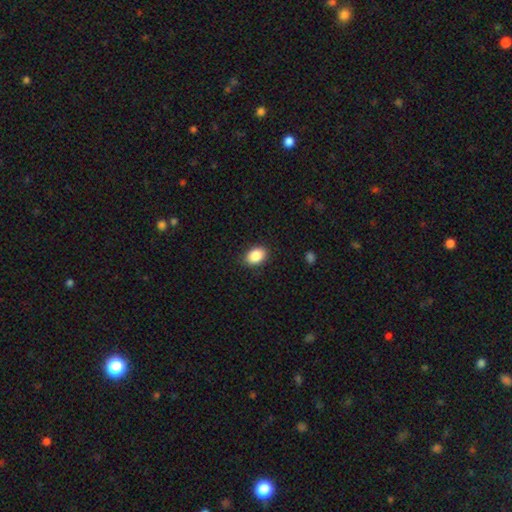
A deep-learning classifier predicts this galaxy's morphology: type=smooth (88%); roundness=in between (81%); merging=none (88%).